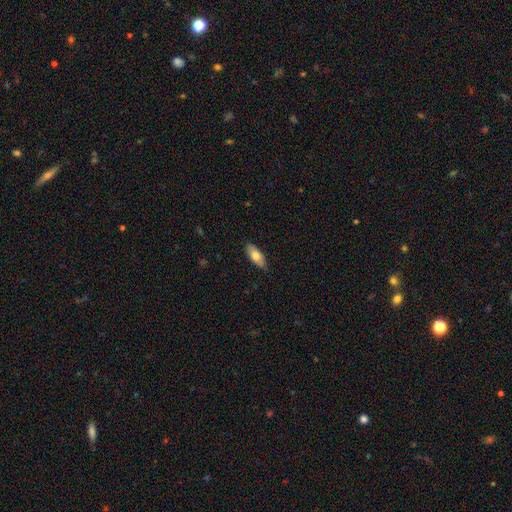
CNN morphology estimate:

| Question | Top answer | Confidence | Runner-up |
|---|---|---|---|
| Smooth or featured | smooth | 71% | featured or disk (23%) |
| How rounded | in between | 79% | cigar-shaped (19%) |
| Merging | none | 83% | minor disturbance (14%) |